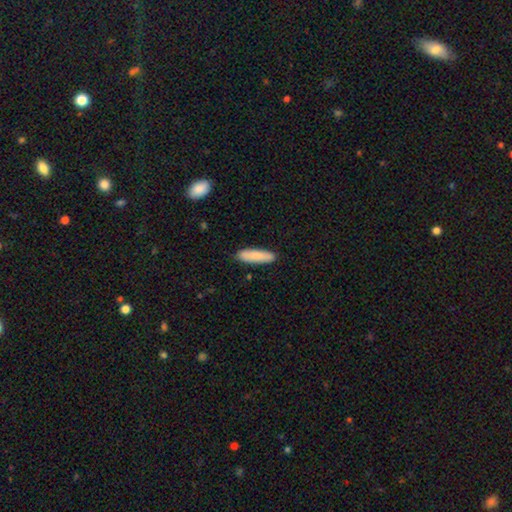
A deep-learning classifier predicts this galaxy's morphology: Overall: smooth (84%). How rounded: cigar-shaped (68%; in between 31%). Merging: none (88%).